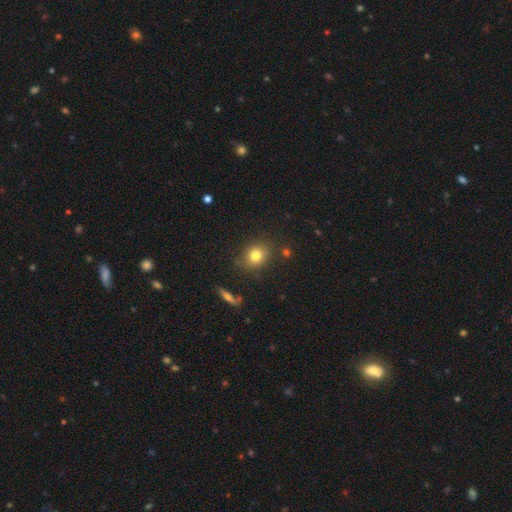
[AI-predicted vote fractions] smooth 79%, star or artifact 12%, featured or disk 9%. Down the decision tree: how rounded — round (72%); merging — none (82%).